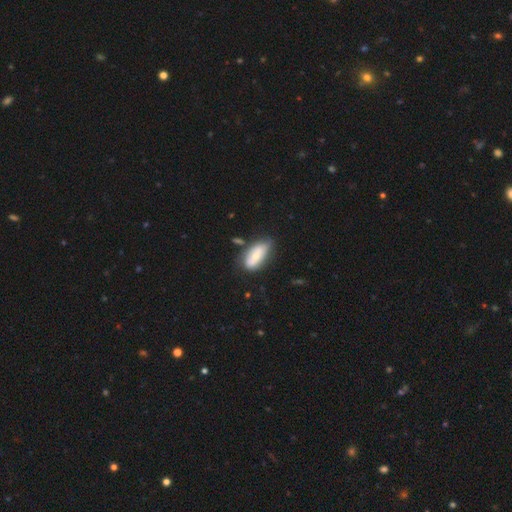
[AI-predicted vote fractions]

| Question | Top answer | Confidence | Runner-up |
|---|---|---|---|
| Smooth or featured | smooth | 63% | featured or disk (30%) |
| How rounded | in between | 86% | cigar-shaped (11%) |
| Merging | none | 53% | minor disturbance (31%) |